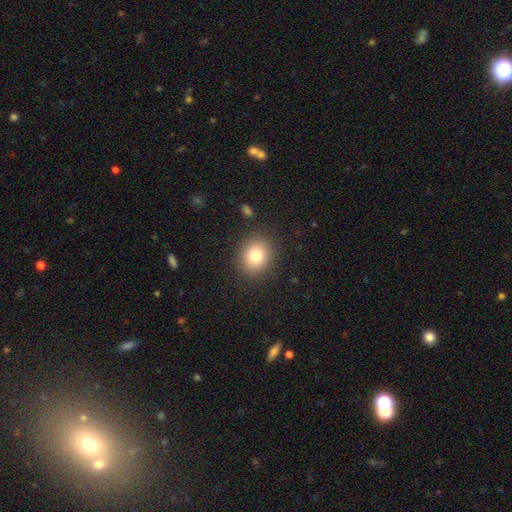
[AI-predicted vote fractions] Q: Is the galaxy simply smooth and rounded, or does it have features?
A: smooth — 79%.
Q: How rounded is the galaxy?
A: round — 67%.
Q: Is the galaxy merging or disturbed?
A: none — 88%.